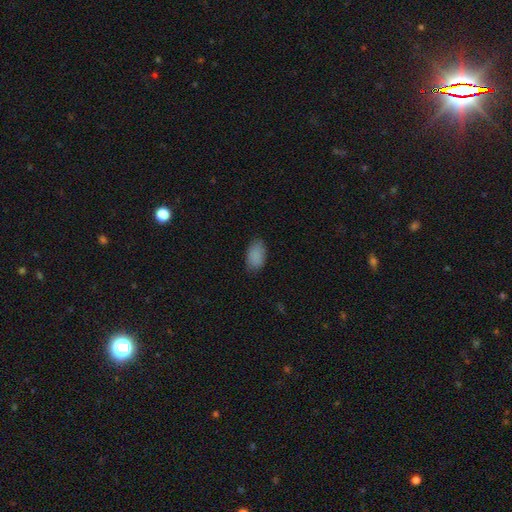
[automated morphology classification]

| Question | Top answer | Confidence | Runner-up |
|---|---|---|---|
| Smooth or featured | smooth | 88% | star or artifact (8%) |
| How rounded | in between | 92% | round (6%) |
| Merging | none | 79% | minor disturbance (17%) |